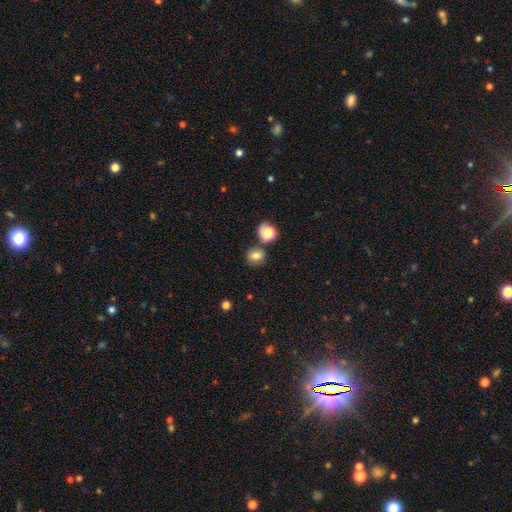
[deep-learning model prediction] This appears to be a smooth galaxy with no disk features (80%) that is round (72%). Merging: none (70%).